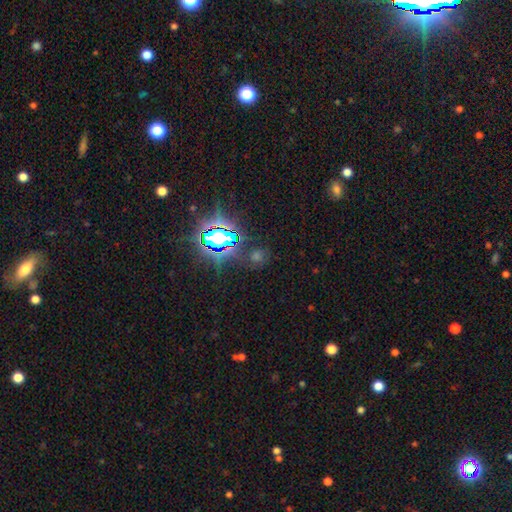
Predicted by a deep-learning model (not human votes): A star or artifact, not a galaxy (65%).

Vote fractions:
- Smooth or featured? star or artifact: 65% / smooth: 26% / featured or disk: 9%